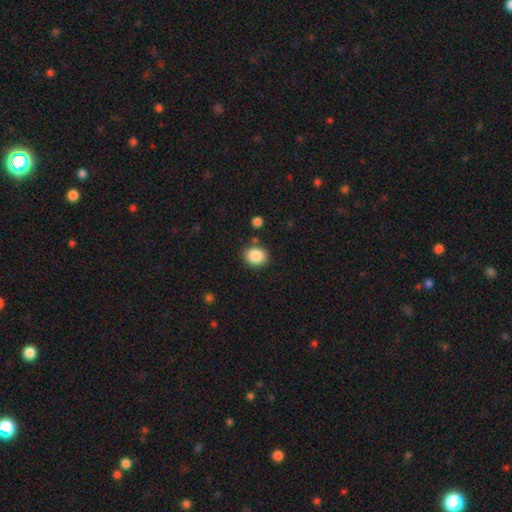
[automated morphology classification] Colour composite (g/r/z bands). It shows a smooth galaxy with no disk features (87%) that is round (57%). Merging: none (83%).